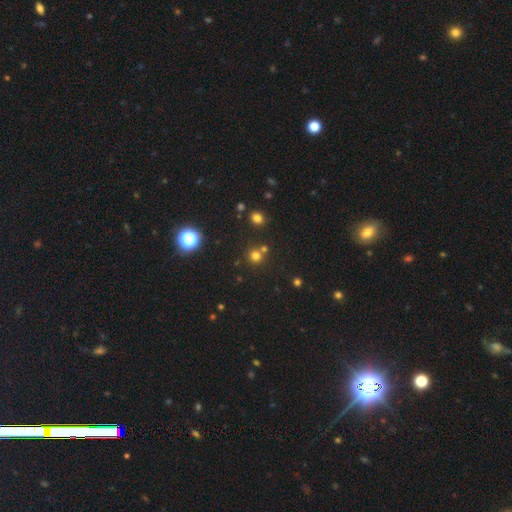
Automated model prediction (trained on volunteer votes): Overall: smooth (67%). How rounded: round (92%). Merging: none (69%).